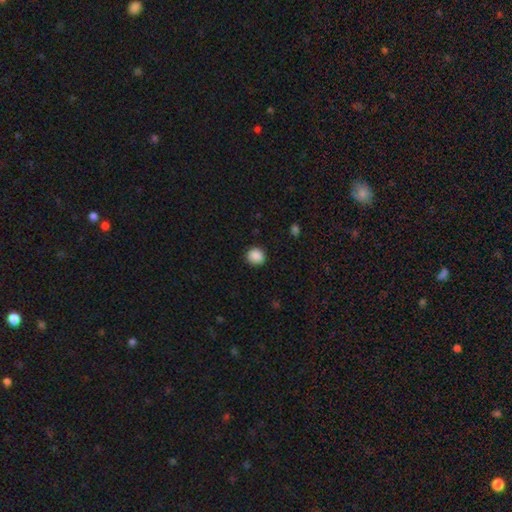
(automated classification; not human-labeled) This is clearly a smooth galaxy (89%). How rounded: clearly round (86%). Merging: clearly none (90%).